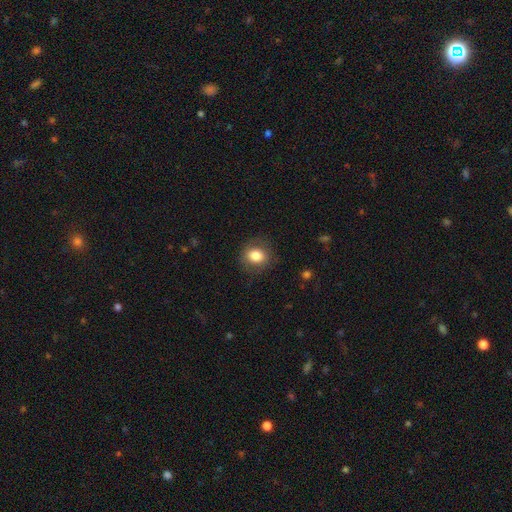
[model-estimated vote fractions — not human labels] A smooth galaxy with no disk features (81%) that is round (68%). Merging: none (82%).